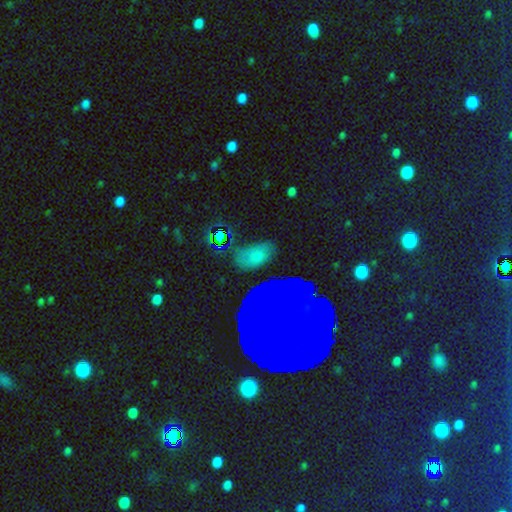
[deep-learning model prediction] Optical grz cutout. It shows a smooth galaxy with no disk features (54%) that is in between round and cigar-shaped (86%). Merging: none (73%).